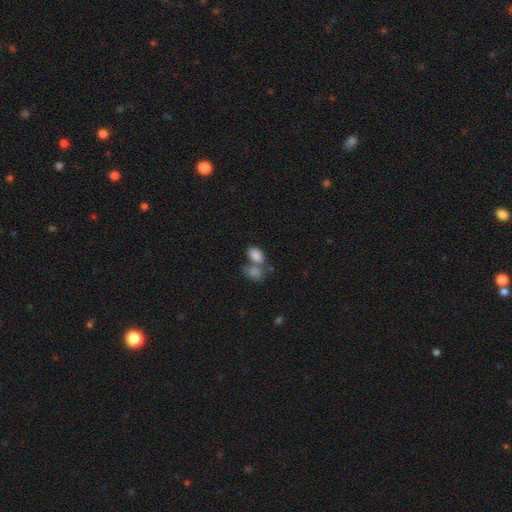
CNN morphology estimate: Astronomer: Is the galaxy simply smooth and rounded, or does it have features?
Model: smooth — 84%.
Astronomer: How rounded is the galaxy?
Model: in between — 89%.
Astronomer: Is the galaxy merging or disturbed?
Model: merger — 53% (runner-up: none, 32%).